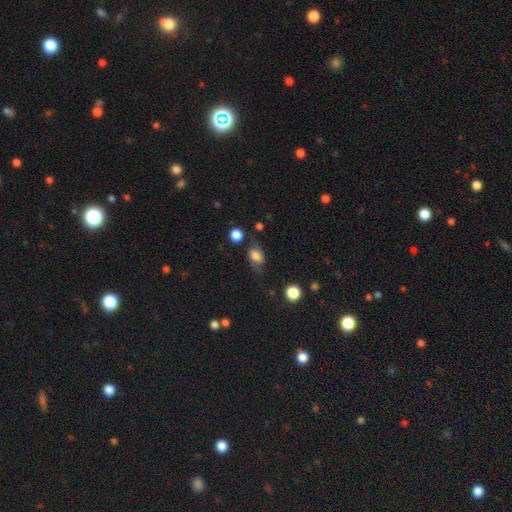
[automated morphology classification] Q: Smooth or featured?
A: smooth (63%); runner-up: featured or disk (26%)
Q: How rounded?
A: in between (67%); runner-up: round (30%)
Q: Merging?
A: none (59%); runner-up: minor disturbance (24%)